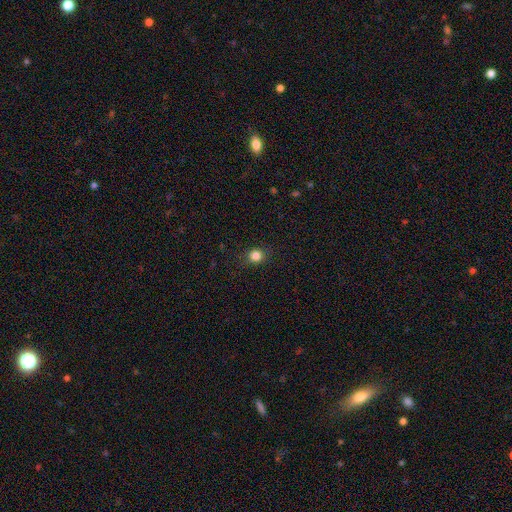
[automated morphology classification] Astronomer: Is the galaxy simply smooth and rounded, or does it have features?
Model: smooth — 83%.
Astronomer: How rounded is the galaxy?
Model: round — 86%.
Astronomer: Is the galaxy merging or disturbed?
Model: none — 86%.